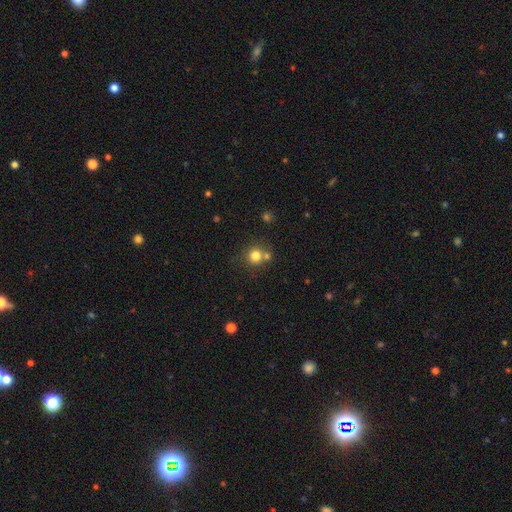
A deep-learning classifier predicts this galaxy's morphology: The model was most divided on "merging": none: 65%, merger: 23%, minor disturbance: 9%, major disturbance: 3%. More confident: how rounded — round (91%); smooth or featured — smooth (79%).